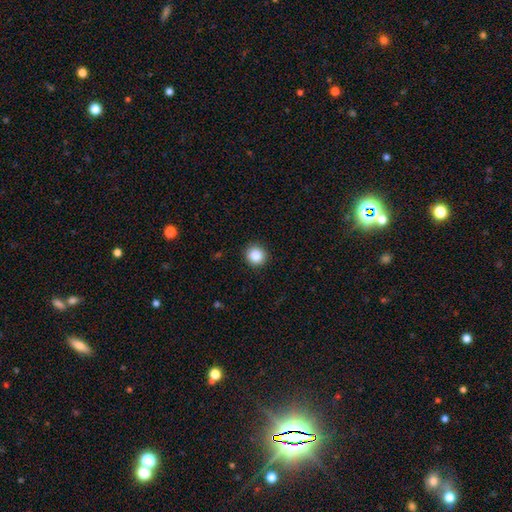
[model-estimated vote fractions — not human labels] smooth 87%, star or artifact 9%, featured or disk 4%. Down the decision tree: how rounded — round (93%); merging — none (92%).